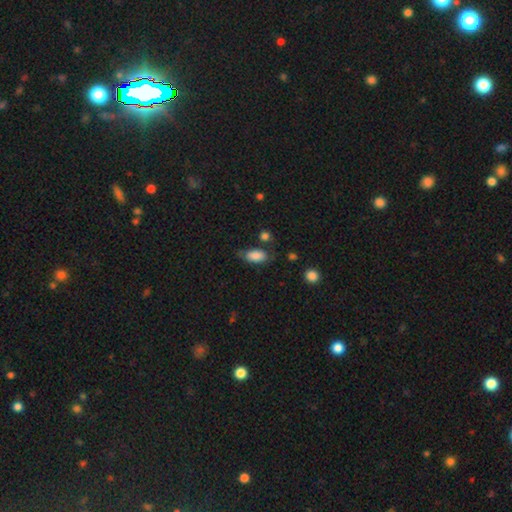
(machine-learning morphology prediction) Q: Smooth or featured?
A: smooth (84%); runner-up: featured or disk (9%)
Q: How rounded?
A: in between (91%); runner-up: cigar-shaped (5%)
Q: Merging?
A: none (60%); runner-up: minor disturbance (26%)